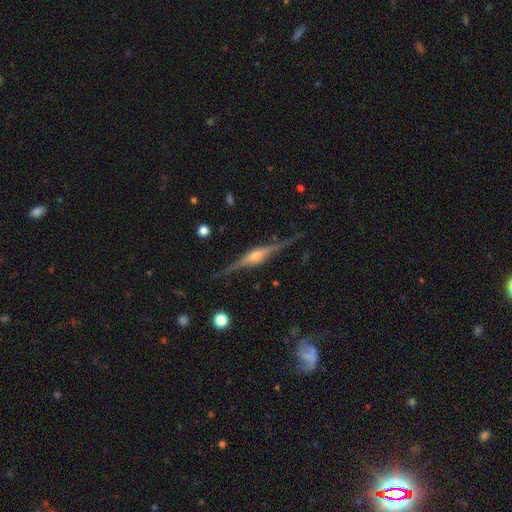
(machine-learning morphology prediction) Q: Smooth or featured?
A: featured or disk (87%); runner-up: smooth (7%)
Q: Edge-on disk?
A: yes (98%); runner-up: no (2%)
Q: Edge-on bulge?
A: rounded (88%); runner-up: boxy (9%)
Q: Merging?
A: none (87%); runner-up: minor disturbance (10%)